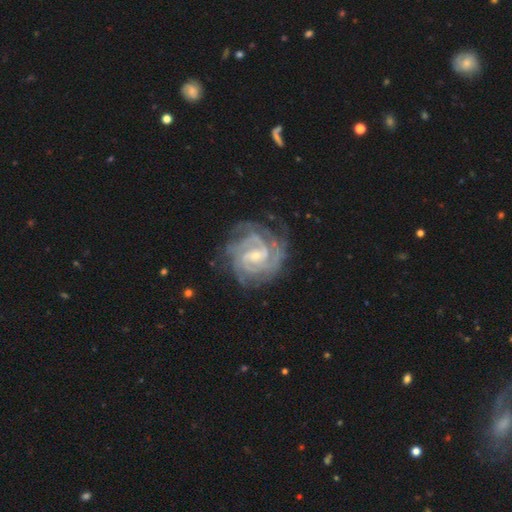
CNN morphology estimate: Q: Smooth or featured?
A: featured or disk (92%); runner-up: star or artifact (4%)
Q: Edge-on disk?
A: no (98%); runner-up: yes (2%)
Q: Bar?
A: weak (49%); runner-up: no (33%)
Q: Spiral arms?
A: yes (98%); runner-up: no (2%)
Q: Spiral winding?
A: tight (69%); runner-up: medium (27%)
Q: Spiral arm count?
A: 2 (29%); runner-up: 3 (24%)
Q: Bulge size?
A: small (71%); runner-up: moderate (24%)
Q: Merging?
A: none (72%); runner-up: minor disturbance (18%)